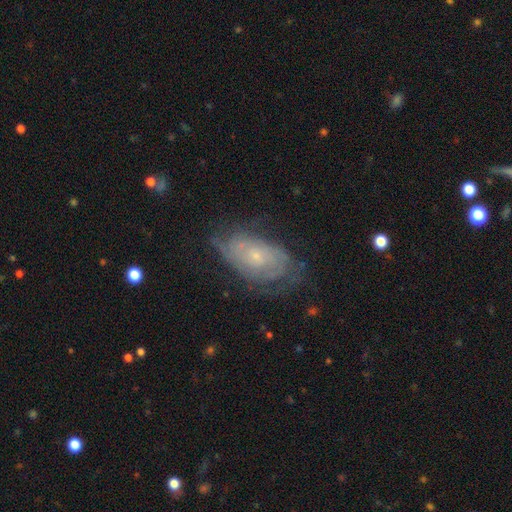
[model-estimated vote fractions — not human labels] Smooth or featured: featured or disk — 68% (smooth — 24%)
Edge-on disk: no — 95% (yes — 5%)
Bar: no — 80% (weak — 18%)
Spiral arms: yes — 80% (no — 20%)
Spiral winding: tight — 59% (medium — 29%)
Spiral arm count: can't tell — 57% (2 — 22%)
Bulge size: small — 72% (moderate — 22%)
Merging: none — 58% (minor disturbance — 26%)